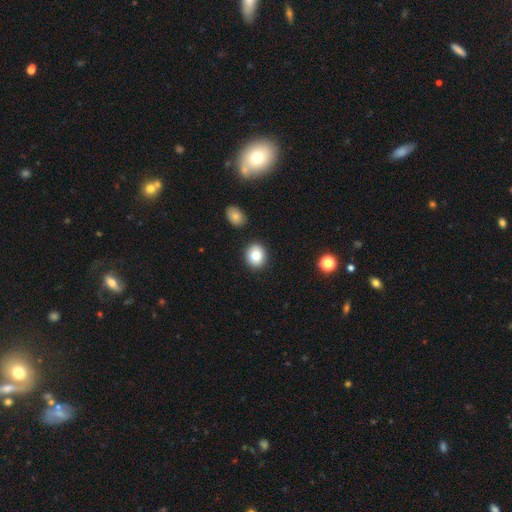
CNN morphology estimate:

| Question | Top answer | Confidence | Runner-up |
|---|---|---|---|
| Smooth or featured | smooth | 81% | star or artifact (10%) |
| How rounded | round | 72% | in between (27%) |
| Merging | none | 88% | minor disturbance (7%) |